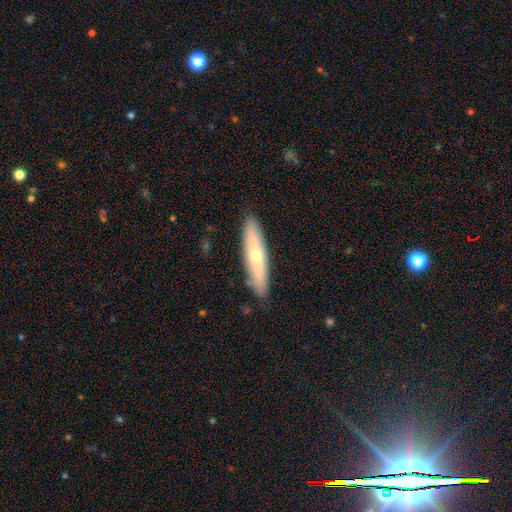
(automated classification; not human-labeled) Smooth or featured? smooth (54%)
How rounded? cigar-shaped (79%)
Merging? none (88%)